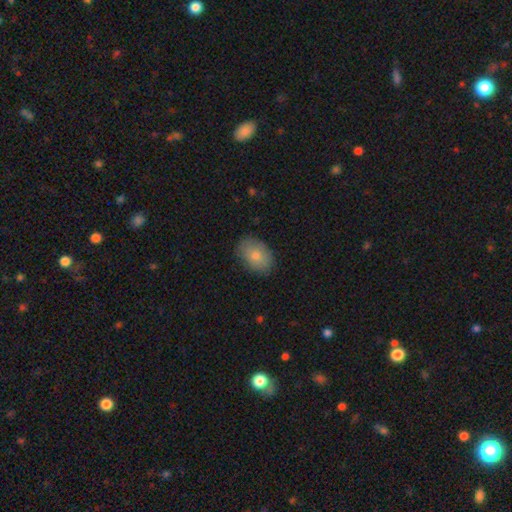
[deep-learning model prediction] This is likely a smooth galaxy (77%). How rounded: clearly in between (84%). Merging: clearly none (84%).